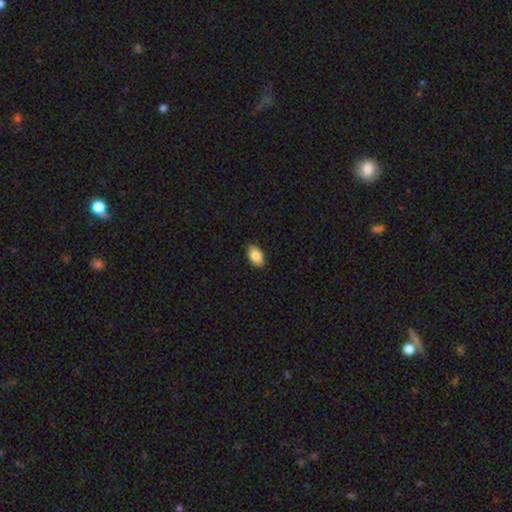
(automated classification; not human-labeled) Overall: smooth (83%). How rounded: in between (92%). Merging: none (88%).